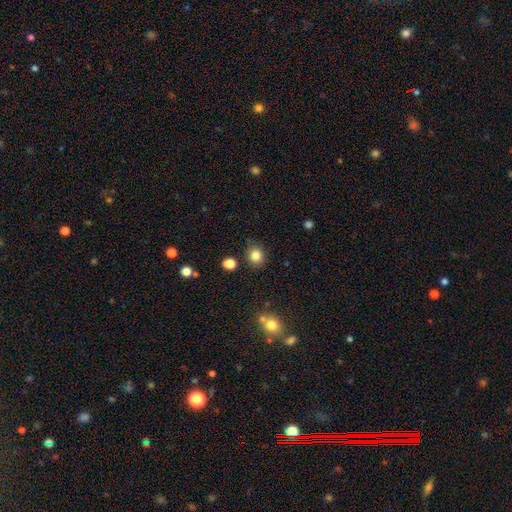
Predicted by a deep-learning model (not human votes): Smooth or featured? Predicted: smooth (p=0.82). How rounded? Predicted: round (p=0.73). Merging? Predicted: none (p=0.83).